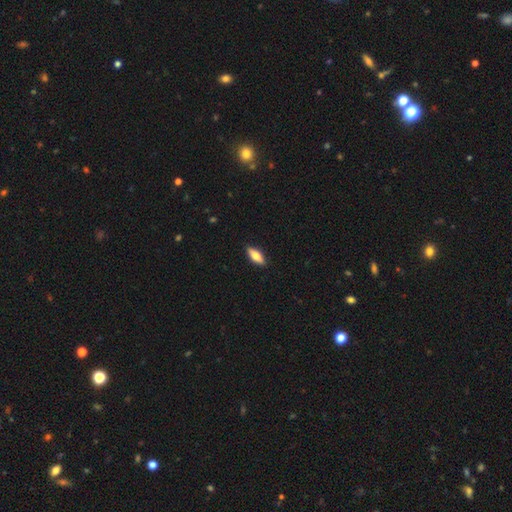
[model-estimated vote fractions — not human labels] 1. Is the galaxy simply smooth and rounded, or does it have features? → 61% smooth, 33% featured or disk, 6% star or artifact.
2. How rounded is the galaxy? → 66% in between, 32% cigar-shaped, 3% round.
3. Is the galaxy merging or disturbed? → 90% none, 8% minor disturbance, 2% major disturbance, 1% merger.